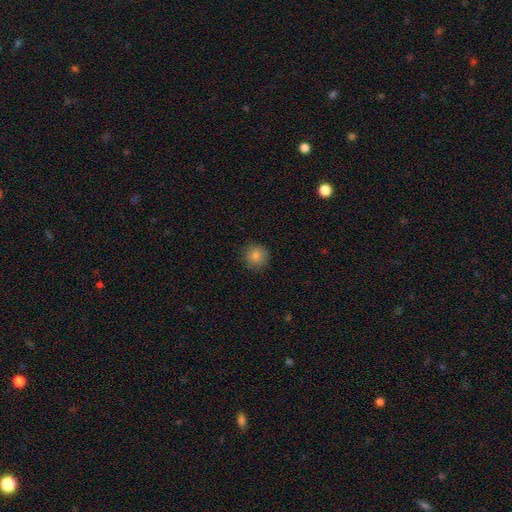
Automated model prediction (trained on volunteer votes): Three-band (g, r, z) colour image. It shows a smooth galaxy with no disk features (84%) that is round (93%). Merging: none (87%).